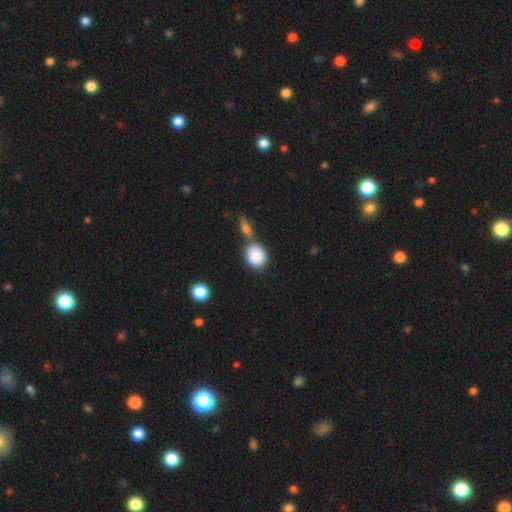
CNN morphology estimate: A smooth galaxy with no disk features (87%) that is round (74%). Merging: none (52%).